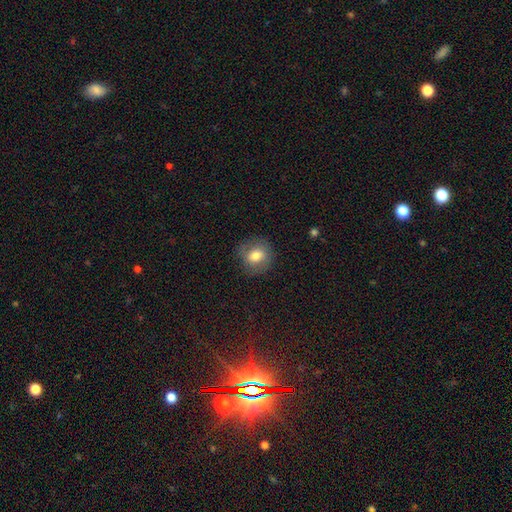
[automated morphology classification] type=smooth (71%); roundness=round (77%); merging=none (79%).